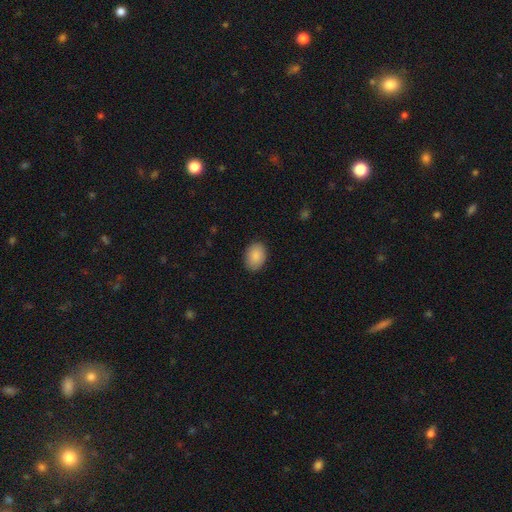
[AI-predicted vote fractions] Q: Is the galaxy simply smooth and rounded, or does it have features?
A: smooth — 90%.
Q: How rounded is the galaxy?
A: in between — 77%.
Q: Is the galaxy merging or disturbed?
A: none — 88%.